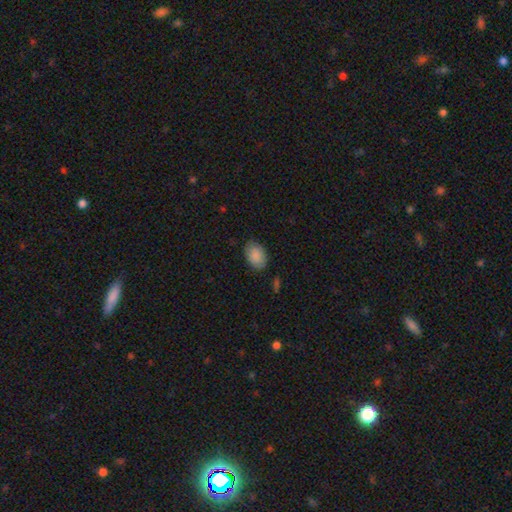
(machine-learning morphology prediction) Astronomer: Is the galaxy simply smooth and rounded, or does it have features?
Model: smooth — 89%.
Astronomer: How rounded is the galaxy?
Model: in between — 85%.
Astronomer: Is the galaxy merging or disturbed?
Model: none — 81%.